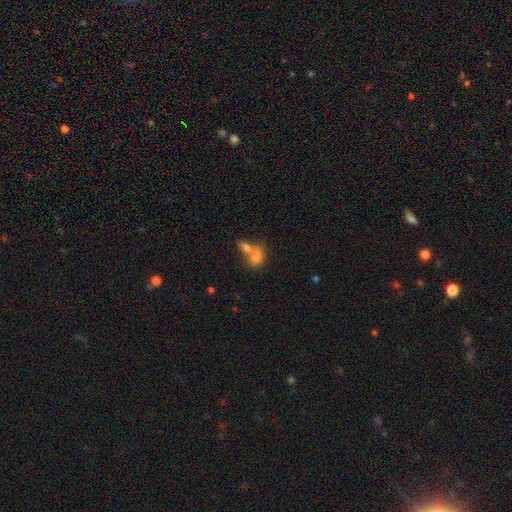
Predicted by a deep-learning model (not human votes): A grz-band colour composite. It shows a smooth galaxy with no disk features (79%) that is in between round and cigar-shaped (80%). Merging: merger (62%).